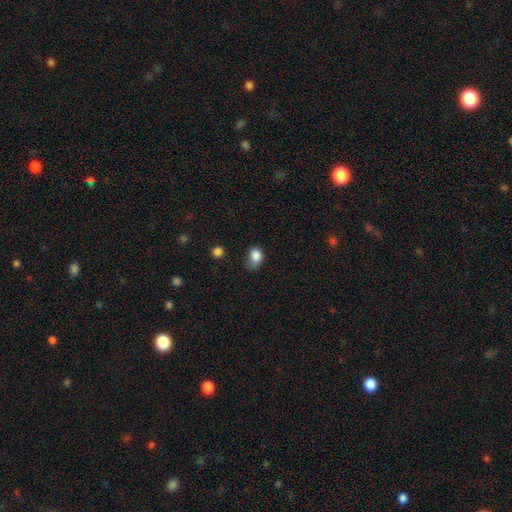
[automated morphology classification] Smooth or featured: smooth — 85% (star or artifact — 9%)
How rounded: in between — 63% (round — 36%)
Merging: none — 42% (minor disturbance — 41%)